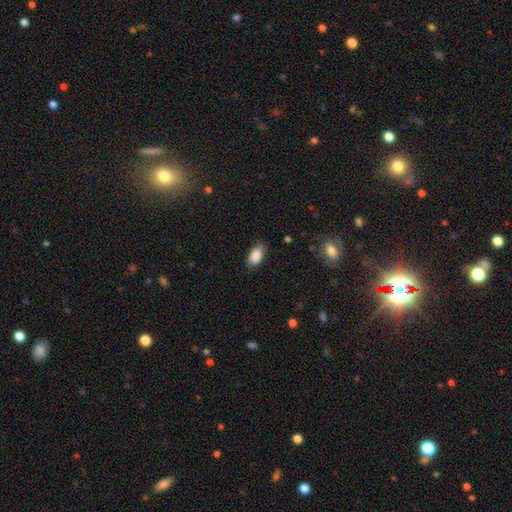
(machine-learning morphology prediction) Smooth or featured? Predicted: smooth (p=0.88). How rounded? Predicted: in between (p=0.92). Merging? Predicted: none (p=0.73).